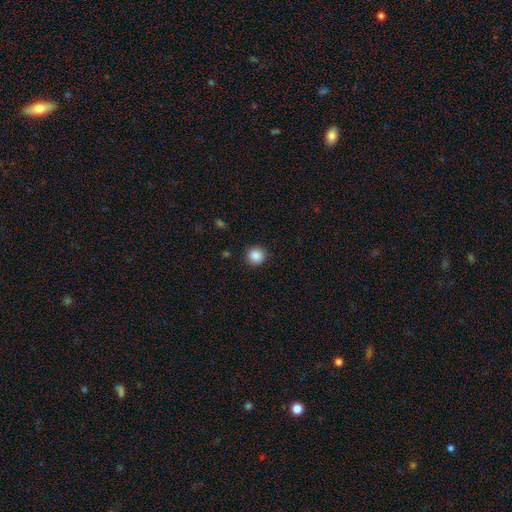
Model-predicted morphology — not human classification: smooth 88%, star or artifact 9%, featured or disk 3%. Down the decision tree: how rounded — round (94%); merging — none (91%).